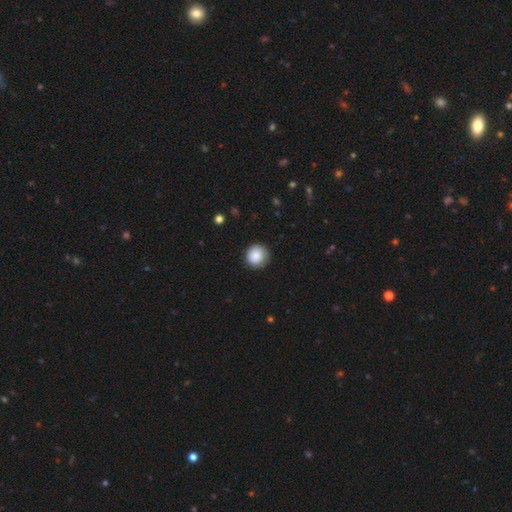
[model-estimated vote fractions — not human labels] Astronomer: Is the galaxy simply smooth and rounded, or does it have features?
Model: smooth — 87%.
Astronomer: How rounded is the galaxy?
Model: round — 94%.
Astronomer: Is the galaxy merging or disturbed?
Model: none — 86%.